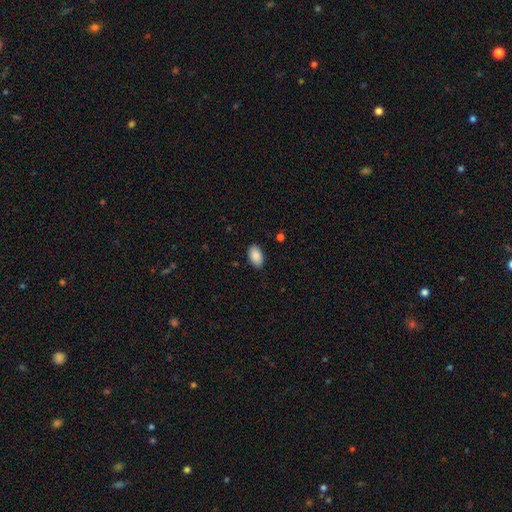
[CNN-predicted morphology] The model was most divided on "merging": none: 86%, minor disturbance: 10%, major disturbance: 2%, merger: 1%. More confident: how rounded — in between (94%); smooth or featured — smooth (90%).